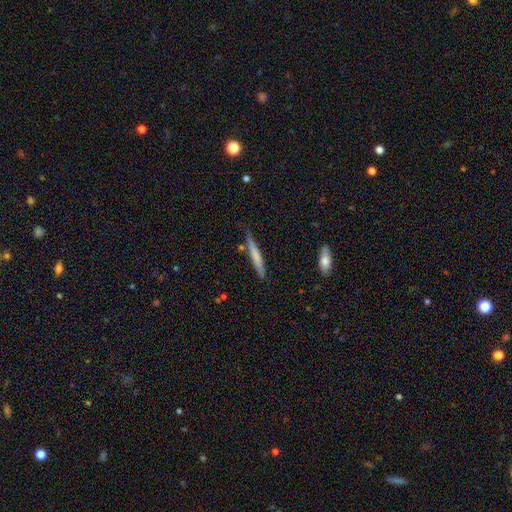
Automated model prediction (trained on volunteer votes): Q: Smooth or featured?
A: smooth (68%); runner-up: featured or disk (27%)
Q: How rounded?
A: cigar-shaped (94%); runner-up: in between (4%)
Q: Merging?
A: none (80%); runner-up: minor disturbance (15%)